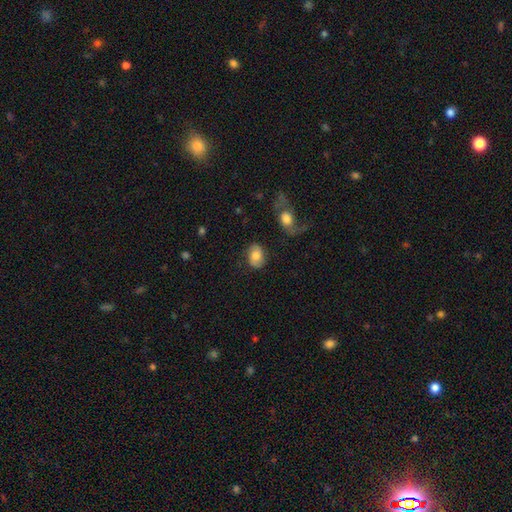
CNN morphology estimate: Overall: smooth (58%; featured or disk 34%). How rounded: in between (67%; round 31%). Merging: none (72%).